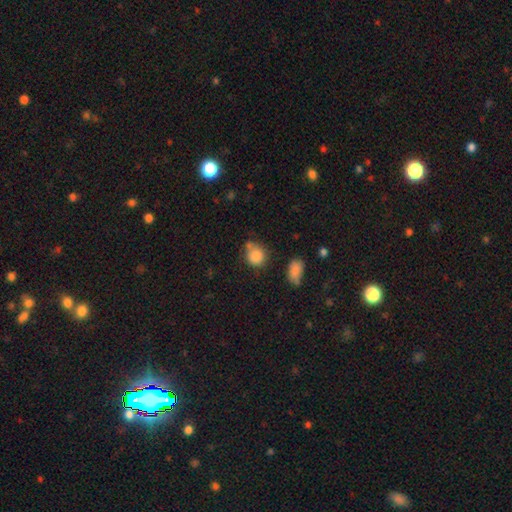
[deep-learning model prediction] Smooth or featured?
  - smooth: 83% *
  - star or artifact: 9%
  - featured or disk: 7%
How rounded?
  - round: 79% *
  - in between: 20%
  - cigar-shaped: 1%
Merging?
  - none: 58% *
  - minor disturbance: 21%
  - merger: 14%
  - major disturbance: 6%